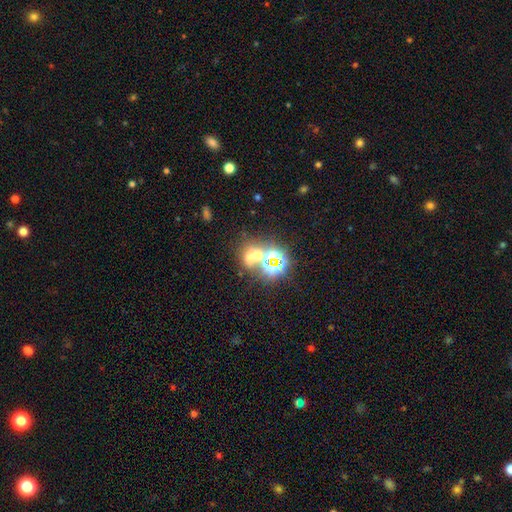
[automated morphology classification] The model was most divided on "smooth or featured": star or artifact: 42%, smooth: 40%, featured or disk: 18%.